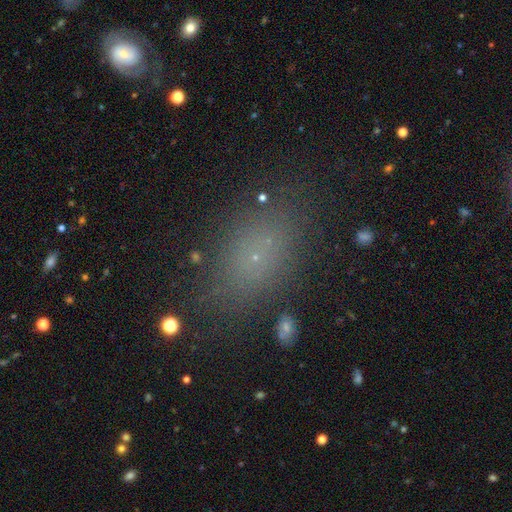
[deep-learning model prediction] Smooth or featured? Predicted: smooth (p=0.64). How rounded? Predicted: in between (p=0.81). Merging? Predicted: none (p=0.83).